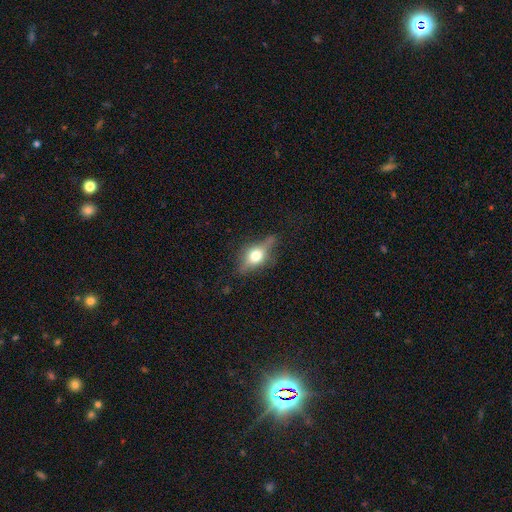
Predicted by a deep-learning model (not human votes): Morphology: type=featured or disk (47%); merging=none (66%).